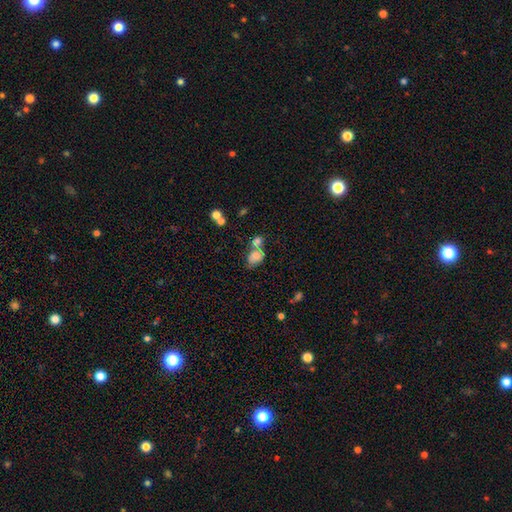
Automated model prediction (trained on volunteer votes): The model was most divided on "merging": merger: 52%, none: 30%, minor disturbance: 13%, major disturbance: 6%. More confident: smooth or featured — smooth (71%); how rounded — in between (61%).